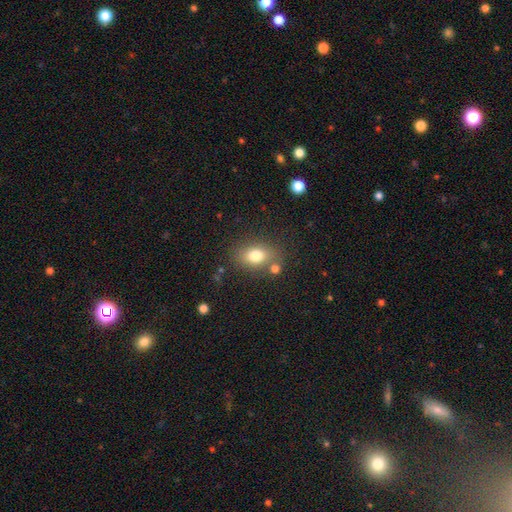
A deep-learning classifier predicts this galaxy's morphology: A smooth galaxy with no disk features (77%) that is in between round and cigar-shaped (74%). Merging: none (73%).